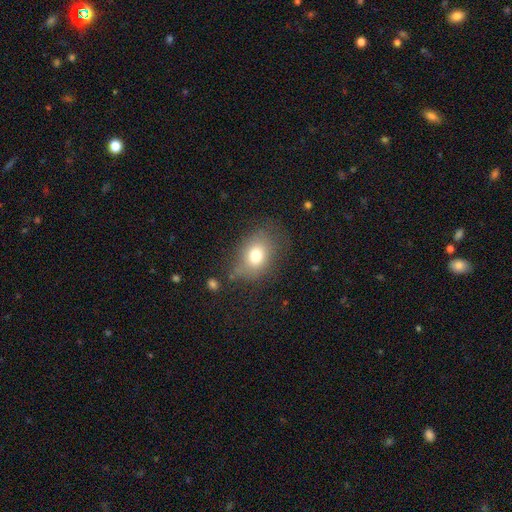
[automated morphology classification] A smooth galaxy with no disk features (73%) that is in between round and cigar-shaped (63%).

Vote fractions:
- Smooth or featured? smooth: 73% / featured or disk: 15% / star or artifact: 12%
- How rounded? in between: 63% / round: 36% / cigar-shaped: 1%
- Merging? none: 62% / minor disturbance: 24% / major disturbance: 11% / merger: 3%